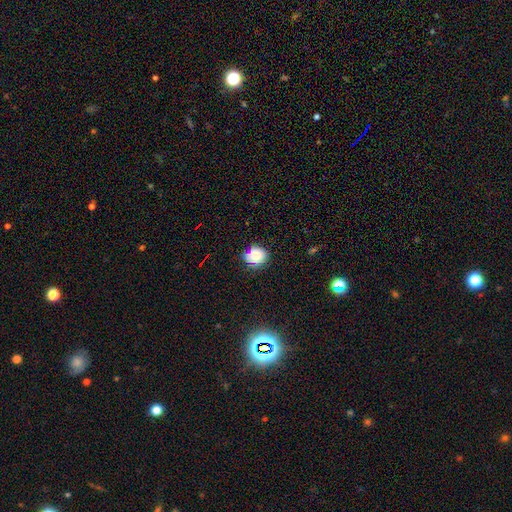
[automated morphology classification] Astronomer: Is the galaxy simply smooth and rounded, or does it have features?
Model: smooth — 76%.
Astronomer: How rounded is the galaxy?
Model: round — 82%.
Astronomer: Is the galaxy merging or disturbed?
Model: none — 74%.